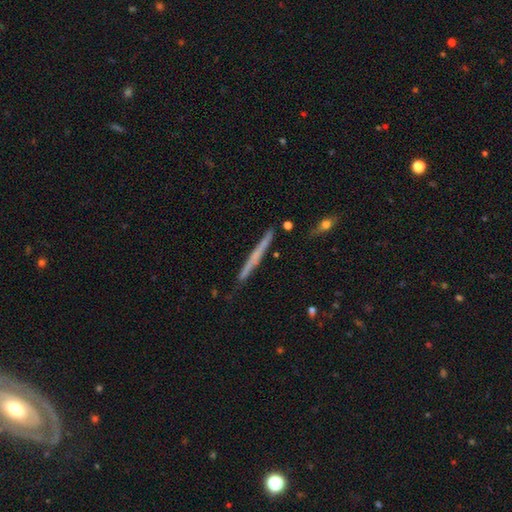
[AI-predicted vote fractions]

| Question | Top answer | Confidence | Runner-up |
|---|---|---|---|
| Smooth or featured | featured or disk | 51% | smooth (42%) |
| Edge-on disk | yes | 97% | no (3%) |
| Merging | none | 88% | minor disturbance (9%) |